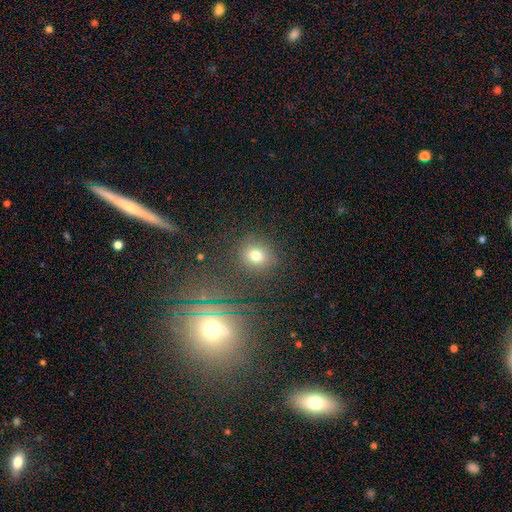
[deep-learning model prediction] This appears to be a smooth galaxy with no disk features (72%) that is round (75%). Merging: none (85%).